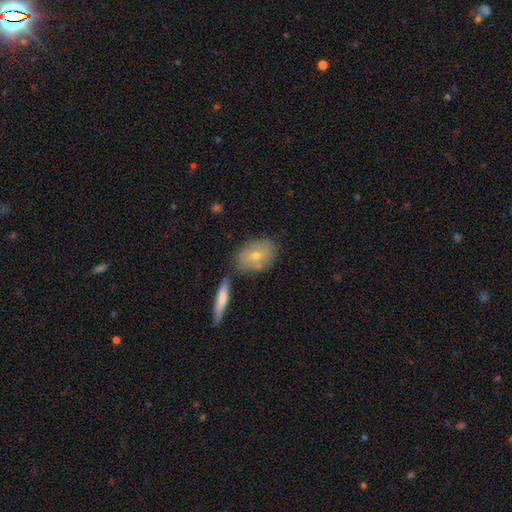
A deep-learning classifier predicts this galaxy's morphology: A smooth galaxy with no disk features (49%). Merging: none (66%).